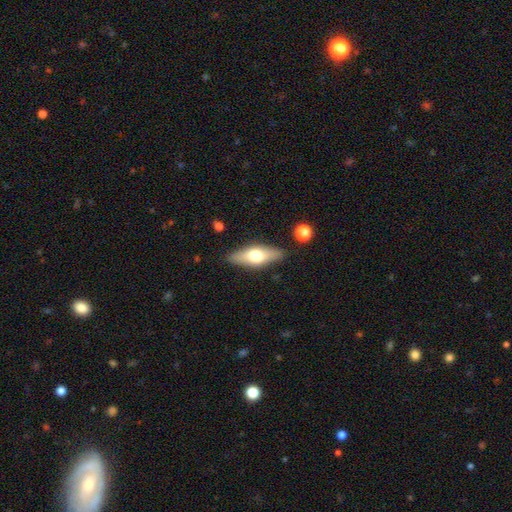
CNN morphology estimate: A smooth galaxy with no disk features (54%) that is in between round and cigar-shaped (61%).

Vote fractions:
- Smooth or featured? smooth: 54% / featured or disk: 40% / star or artifact: 6%
- How rounded? in between: 61% / cigar-shaped: 35% / round: 3%
- Merging? none: 86% / minor disturbance: 10% / major disturbance: 2% / merger: 2%